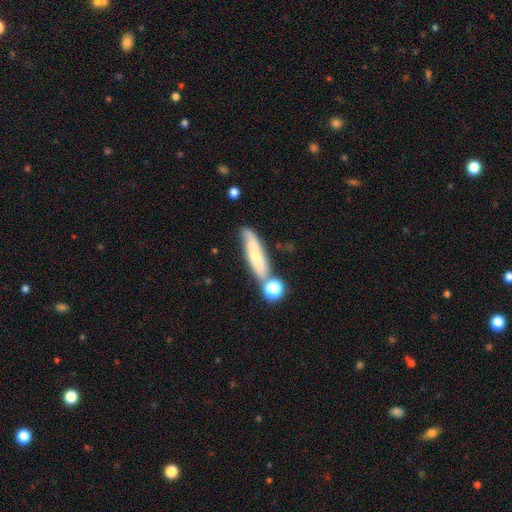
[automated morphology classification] This is possibly a smooth galaxy (54%). How rounded: likely cigar-shaped (73%). Merging: likely none (63%).